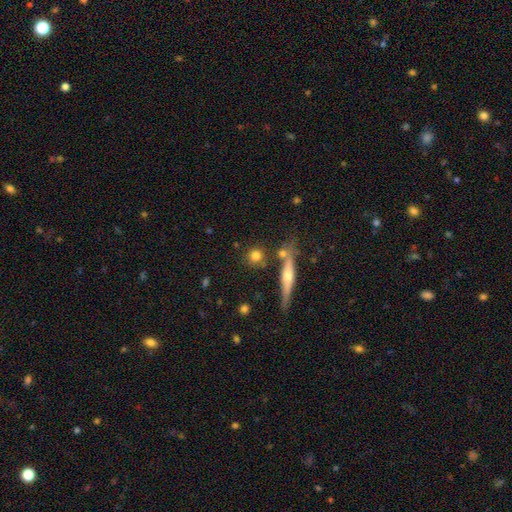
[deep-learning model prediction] Q: Smooth or featured?
A: smooth (73%); runner-up: featured or disk (16%)
Q: How rounded?
A: round (83%); runner-up: in between (10%)
Q: Merging?
A: none (76%); runner-up: merger (11%)